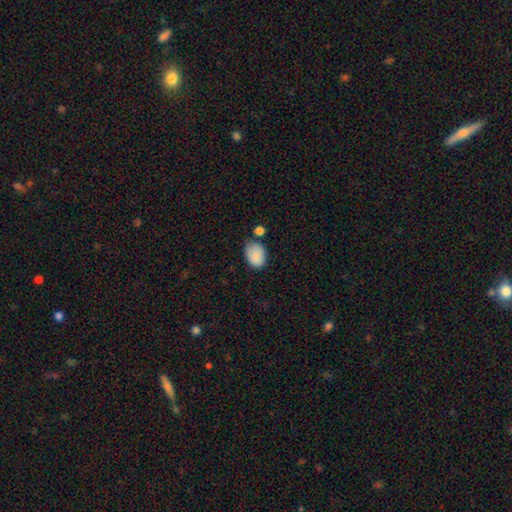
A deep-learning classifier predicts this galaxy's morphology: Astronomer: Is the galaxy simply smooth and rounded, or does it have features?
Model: smooth — 85%.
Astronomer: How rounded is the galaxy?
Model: in between — 78%.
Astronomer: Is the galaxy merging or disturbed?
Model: none — 55%.